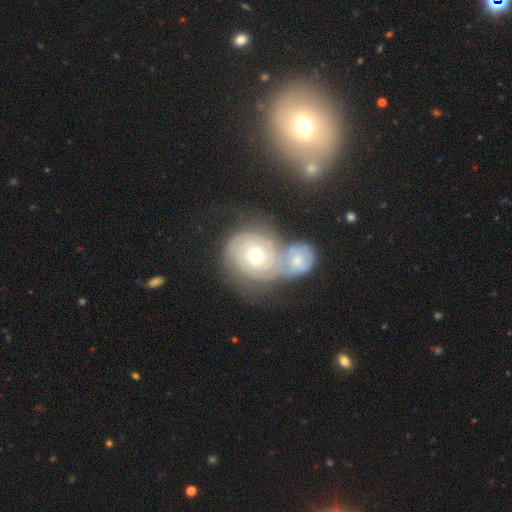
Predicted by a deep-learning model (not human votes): The model was most divided on "spiral arm count" (2-way tie): can't tell: 36%, 2: 36%, 3: 15%, 4: 5%, 1: 5%, more than 4: 4%. Remaining: edge-on disk — no (97%); spiral arms — yes (90%); spiral winding — tight (80%); bar — no (78%); smooth or featured — featured or disk (77%); bulge size — moderate (72%); merging — merger (46%).